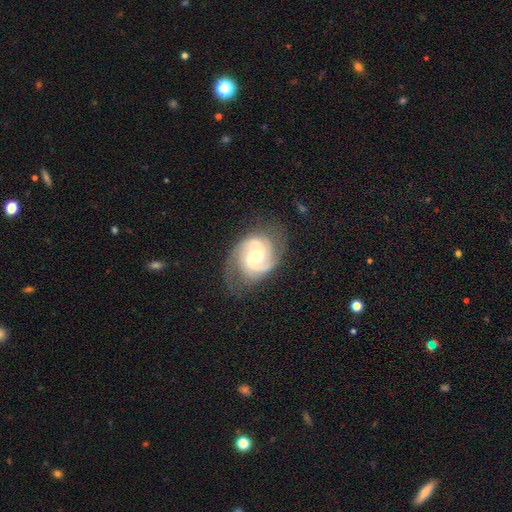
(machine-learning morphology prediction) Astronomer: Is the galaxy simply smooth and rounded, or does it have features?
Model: featured or disk — 90%.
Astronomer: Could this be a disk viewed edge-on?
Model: no — 98%.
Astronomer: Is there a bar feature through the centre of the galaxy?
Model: no — 55% (runner-up: weak, 37%).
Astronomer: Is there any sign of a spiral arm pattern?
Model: yes — 98%.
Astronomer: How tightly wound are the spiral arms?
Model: tight — 46% (runner-up: medium, 45%).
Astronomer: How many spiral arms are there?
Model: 2 — 72%.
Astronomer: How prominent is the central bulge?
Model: moderate — 60%.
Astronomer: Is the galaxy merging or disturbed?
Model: none — 70%.